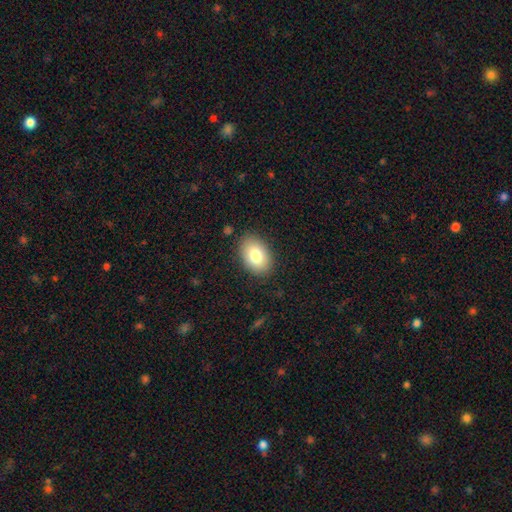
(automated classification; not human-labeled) Smooth or featured?
  - smooth: 80% *
  - featured or disk: 12%
  - star or artifact: 8%
How rounded?
  - in between: 85% *
  - round: 14%
  - cigar-shaped: 1%
Merging?
  - none: 86% *
  - minor disturbance: 10%
  - major disturbance: 3%
  - merger: 1%